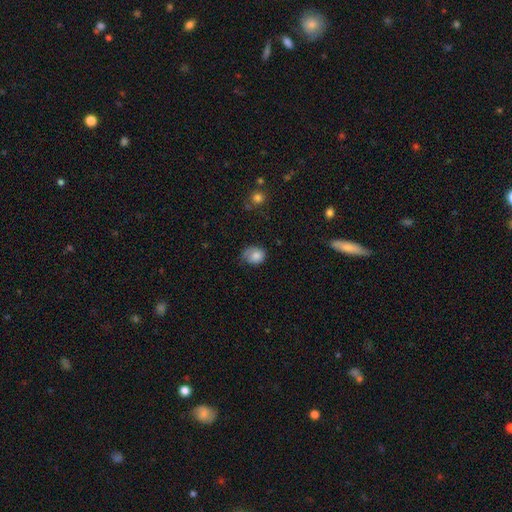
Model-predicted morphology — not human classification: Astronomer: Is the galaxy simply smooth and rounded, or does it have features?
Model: smooth — 76%.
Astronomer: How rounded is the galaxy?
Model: round — 50% (runner-up: in between, 49%).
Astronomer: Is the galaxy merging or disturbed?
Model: none — 43% (runner-up: minor disturbance, 36%).